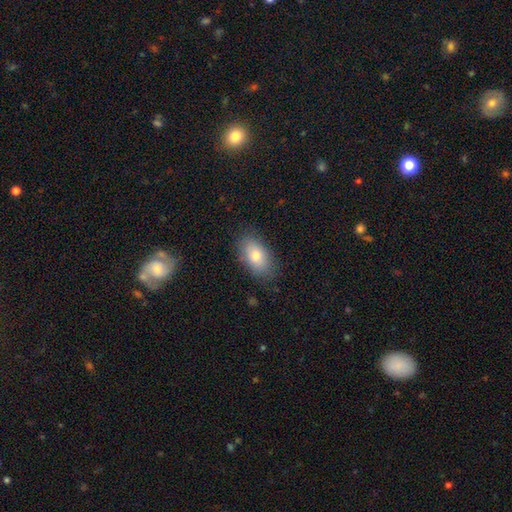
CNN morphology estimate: Q: Smooth or featured?
A: smooth (77%); runner-up: featured or disk (15%)
Q: How rounded?
A: in between (90%); runner-up: round (7%)
Q: Merging?
A: none (84%); runner-up: minor disturbance (12%)